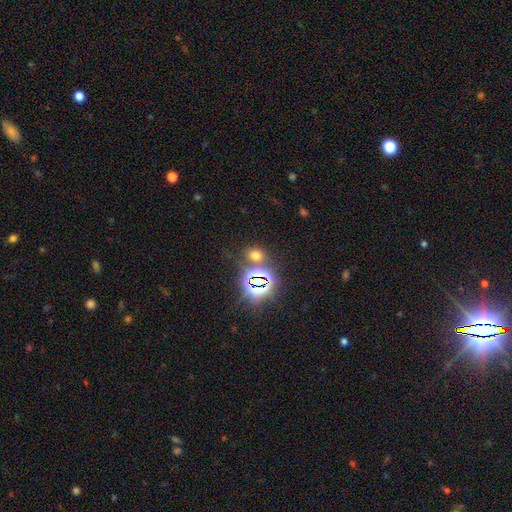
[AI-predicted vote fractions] A smooth galaxy with no disk features (52%) that is round (52%).

Vote fractions:
- Smooth or featured? smooth: 52% / star or artifact: 41% / featured or disk: 7%
- How rounded? round: 52% / in between: 46% / cigar-shaped: 2%
- Merging? none: 73% / merger: 14% / minor disturbance: 9% / major disturbance: 4%